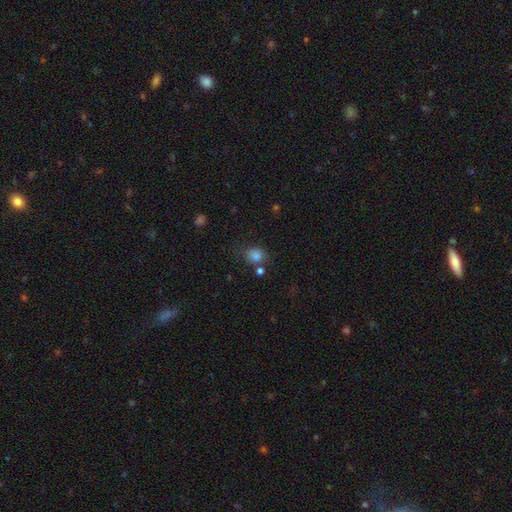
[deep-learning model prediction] Smooth or featured?
  - smooth: 81% *
  - star or artifact: 13%
  - featured or disk: 6%
How rounded?
  - round: 63% *
  - in between: 36%
  - cigar-shaped: 1%
Merging?
  - none: 63% *
  - minor disturbance: 18%
  - merger: 12%
  - major disturbance: 7%